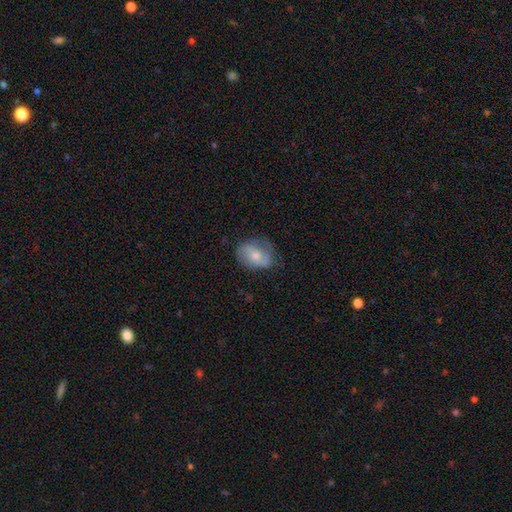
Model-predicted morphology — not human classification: A smooth galaxy with no disk features (53%) that is in between round and cigar-shaped (69%). Merging: none (62%).